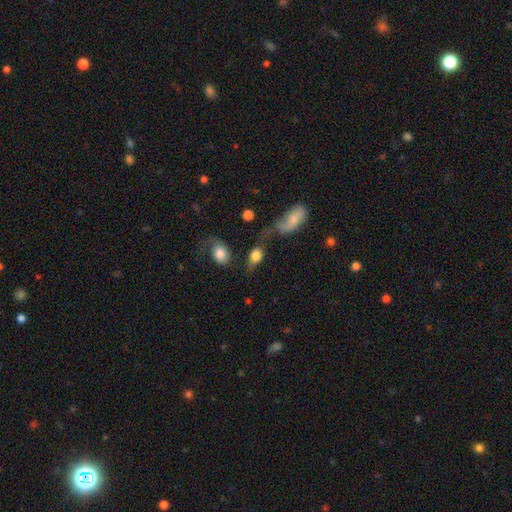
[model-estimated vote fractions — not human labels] Morphology: type=smooth (68%); roundness=in between (68%); merging=none (37%).